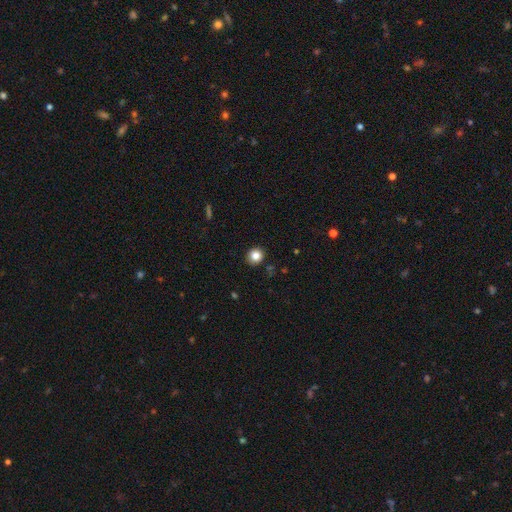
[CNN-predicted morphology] smooth-or-featured: smooth: 83% | star or artifact: 11% | featured or disk: 6%
  how-rounded: round: 84% | in between: 15% | cigar-shaped: 1%
  merging: none: 90% | minor disturbance: 7% | major disturbance: 2% | merger: 1%